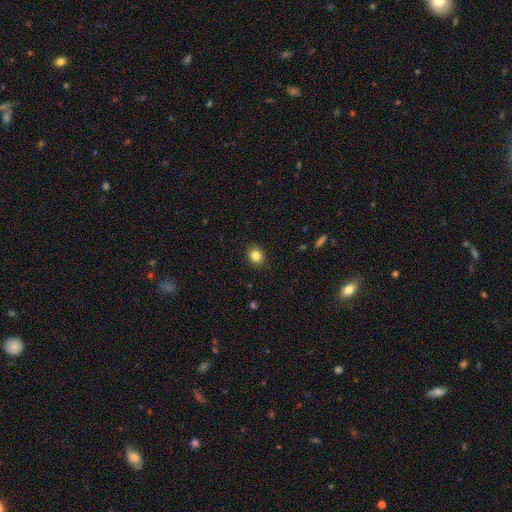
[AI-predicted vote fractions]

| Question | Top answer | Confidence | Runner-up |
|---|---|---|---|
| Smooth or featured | smooth | 83% | star or artifact (11%) |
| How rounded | round | 72% | in between (27%) |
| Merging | none | 90% | minor disturbance (7%) |